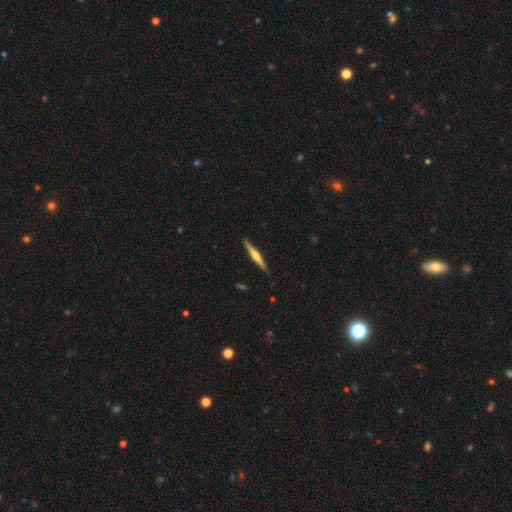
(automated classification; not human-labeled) Smooth or featured: featured or disk — 61% (smooth — 33%)
Edge-on disk: yes — 98% (no — 2%)
Edge-on bulge: rounded — 65% (boxy — 18%)
Merging: none — 90% (minor disturbance — 7%)